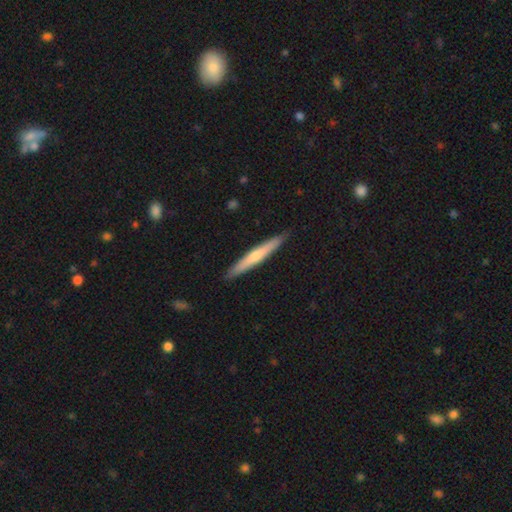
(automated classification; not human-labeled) A smooth galaxy with no disk features (49%).

Vote fractions:
- Smooth or featured? smooth: 49% / featured or disk: 46% / star or artifact: 5%
- Merging? none: 91% / minor disturbance: 7% / major disturbance: 1% / merger: 1%